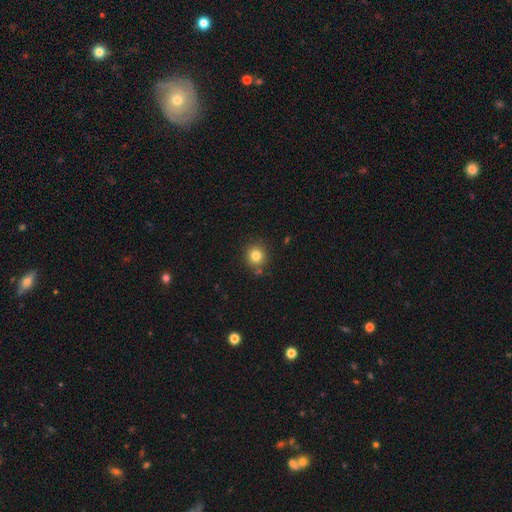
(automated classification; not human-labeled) smooth 81%, star or artifact 12%, featured or disk 7%. Down the decision tree: how rounded — round (88%); merging — none (83%).